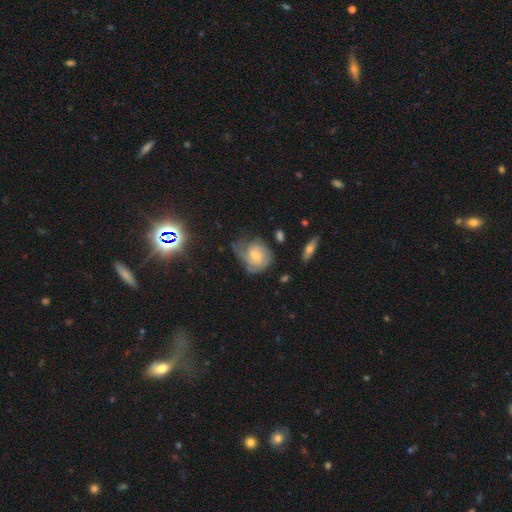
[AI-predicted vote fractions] smooth-or-featured: featured or disk: 63% | smooth: 29% | star or artifact: 8%
  disk-edge-on: no: 97% | yes: 3%
    bar: no: 61% | weak: 34% | strong: 5%
    has-spiral-arms: yes: 87% | no: 13%
      spiral-winding: tight: 52% | medium: 34% | loose: 14%
      spiral-arm-count: can't tell: 37% | 2: 29% | 3: 15% | 1: 12% | 4: 4% | more than 4: 3%
    bulge-size: small: 43% (tied) | moderate: 43% (tied) | none: 7% | large: 6% | dominant: 1%
  merging: none: 44% | minor disturbance: 29% | major disturbance: 24% | merger: 3%